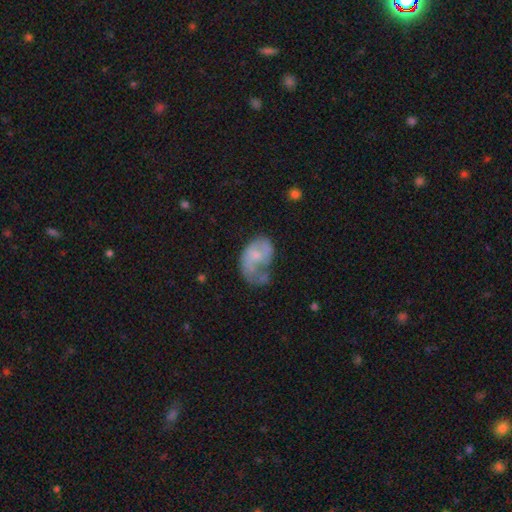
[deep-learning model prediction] Smooth or featured?
  - featured or disk: 53% *
  - smooth: 39%
  - star or artifact: 8%
Edge-on disk?
  - no: 97% *
  - yes: 3%
Bar?
  - no: 73% *
  - weak: 23%
  - strong: 4%
Spiral arms?
  - yes: 58% *
  - no: 42%
Bulge size?
  - small: 51% *
  - moderate: 26%
  - none: 19%
  - large: 3%
  - dominant: 1%
Merging?
  - major disturbance: 44% *
  - minor disturbance: 25%
  - none: 22%
  - merger: 9%